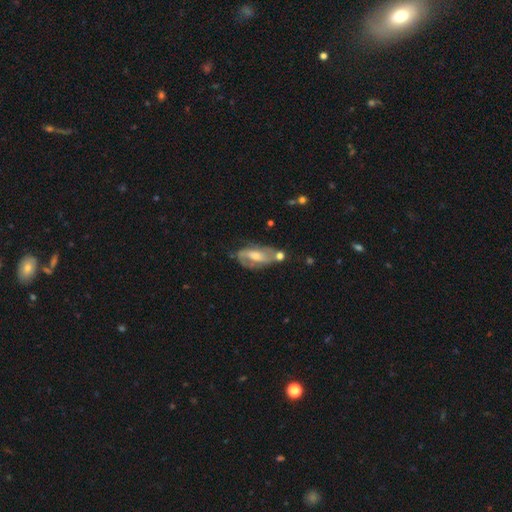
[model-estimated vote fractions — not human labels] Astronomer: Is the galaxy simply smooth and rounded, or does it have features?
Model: featured or disk — 68%.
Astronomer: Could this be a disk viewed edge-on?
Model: no — 90%.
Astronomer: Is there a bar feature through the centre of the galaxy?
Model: weak — 42% (runner-up: no, 39%).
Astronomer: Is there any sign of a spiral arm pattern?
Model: yes — 81%.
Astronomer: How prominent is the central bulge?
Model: moderate — 54%.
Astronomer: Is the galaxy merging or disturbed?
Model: none — 52%.